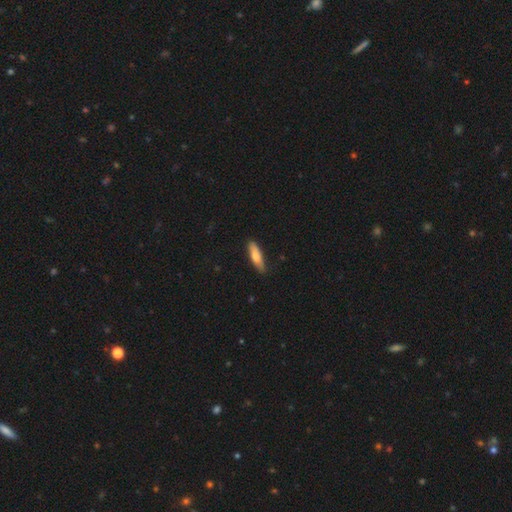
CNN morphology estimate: This is likely a smooth galaxy (74%). How rounded: likely cigar-shaped (67%). Merging: clearly none (83%).